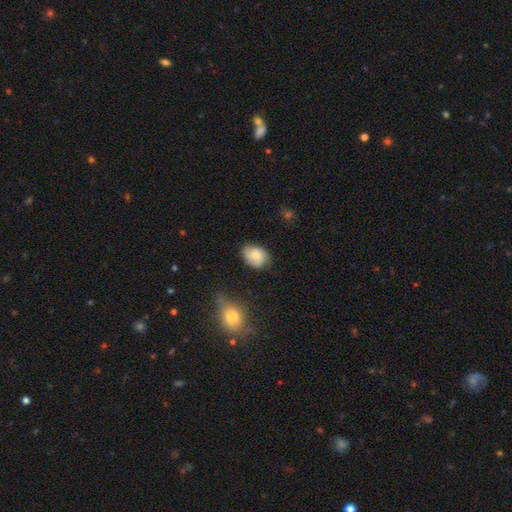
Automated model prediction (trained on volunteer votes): smooth-or-featured: smooth: 70% | featured or disk: 21% | star or artifact: 8%
  how-rounded: in between: 64% | round: 35% | cigar-shaped: 1%
  merging: none: 70% | minor disturbance: 23% | major disturbance: 5% | merger: 2%